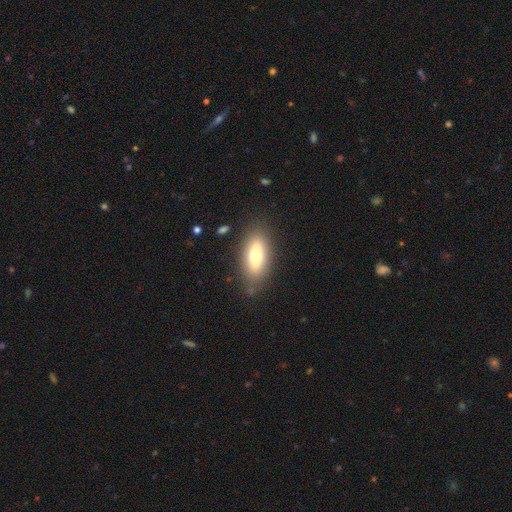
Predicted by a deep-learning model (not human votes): Smooth or featured: smooth — 67% (featured or disk — 25%)
How rounded: in between — 82% (cigar-shaped — 15%)
Merging: none — 82% (minor disturbance — 12%)